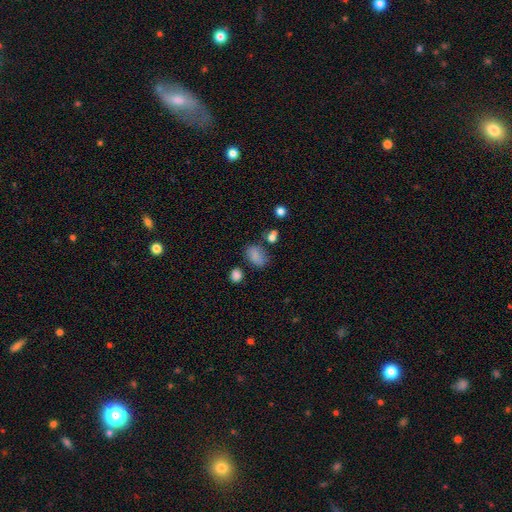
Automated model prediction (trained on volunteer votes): Smooth or featured?
  - smooth: 78% *
  - star or artifact: 13%
  - featured or disk: 9%
How rounded?
  - in between: 81% *
  - round: 17%
  - cigar-shaped: 2%
Merging?
  - none: 59% *
  - minor disturbance: 23%
  - merger: 9%
  - major disturbance: 9%